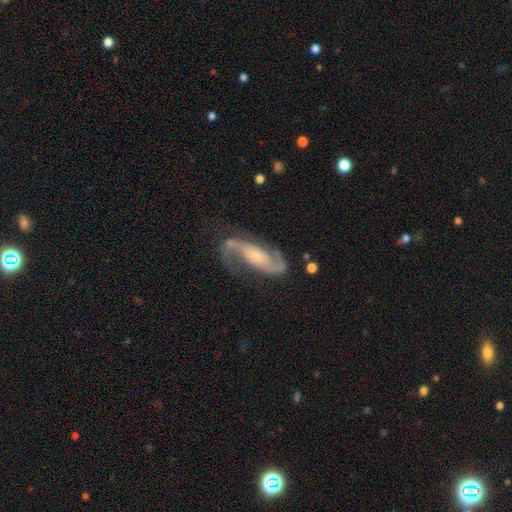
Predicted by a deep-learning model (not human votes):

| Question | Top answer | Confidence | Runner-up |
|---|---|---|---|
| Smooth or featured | featured or disk | 90% | smooth (6%) |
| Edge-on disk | no | 95% | yes (5%) |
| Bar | no | 45% | weak (34%) |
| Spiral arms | yes | 97% | no (3%) |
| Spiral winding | medium | 52% | loose (28%) |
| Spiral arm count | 2 | 92% | can't tell (3%) |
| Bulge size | small | 61% | moderate (28%) |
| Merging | none | 72% | minor disturbance (17%) |